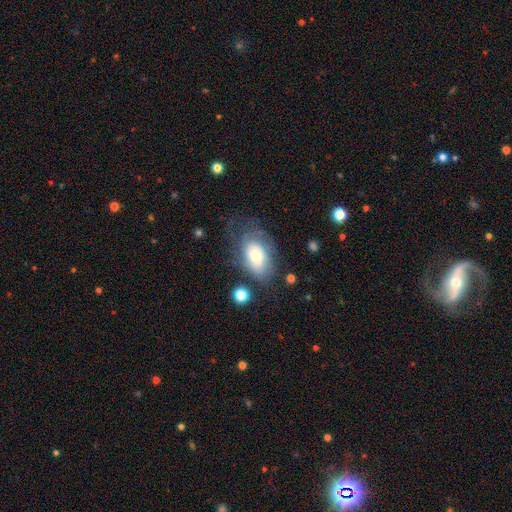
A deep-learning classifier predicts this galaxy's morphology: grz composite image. It shows a smooth galaxy with no disk features (52%) that is in between round and cigar-shaped (89%). Merging: none (48%).